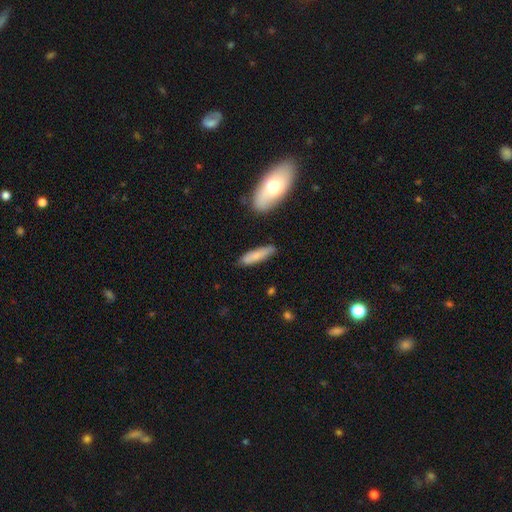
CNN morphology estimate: Smooth or featured? Predicted: smooth (p=0.79). How rounded? Predicted: cigar-shaped (p=0.73). Merging? Predicted: none (p=0.82).